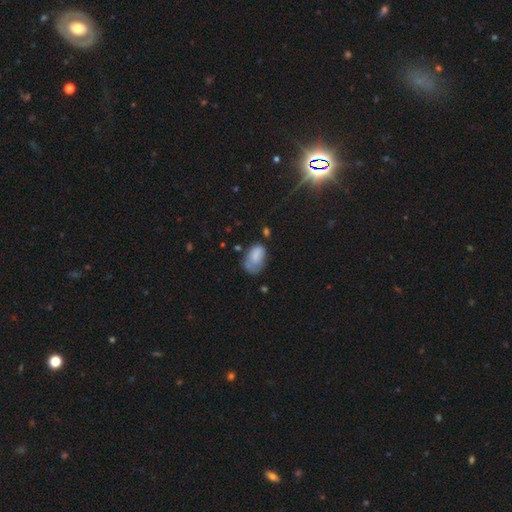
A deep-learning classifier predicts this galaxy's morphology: A smooth galaxy with no disk features (75%) that is in between round and cigar-shaped (91%). Merging: none (42%).